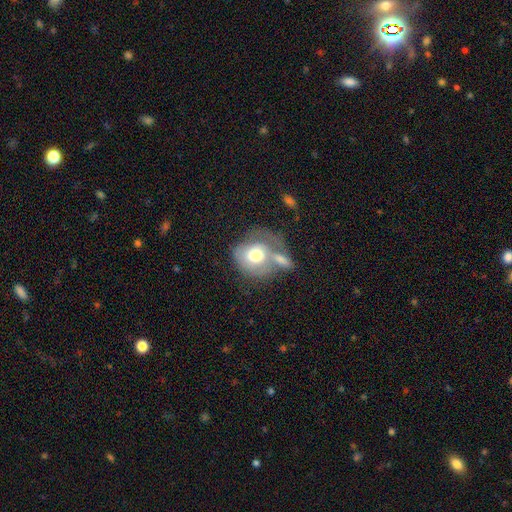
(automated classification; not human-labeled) Smooth or featured? Predicted: smooth (p=0.60). How rounded? Predicted: round (p=0.62). Merging? Predicted: merger (p=0.47).